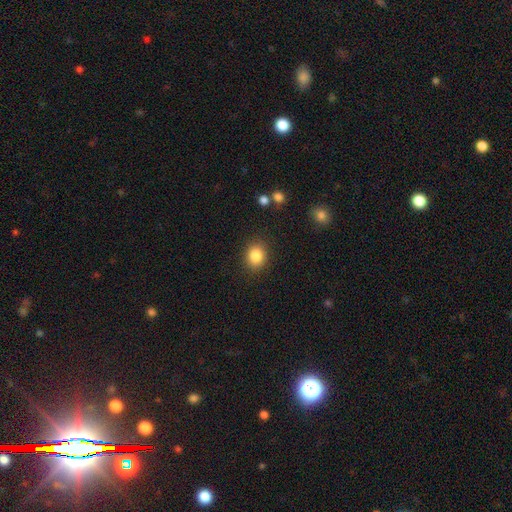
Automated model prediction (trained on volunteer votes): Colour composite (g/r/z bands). It shows a smooth galaxy with no disk features (85%) that is round (63%). Merging: none (87%).